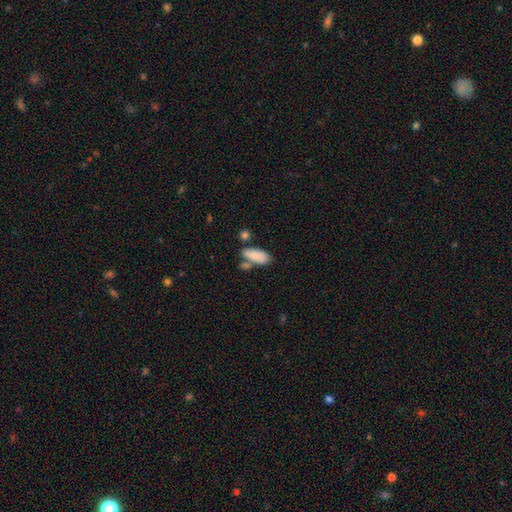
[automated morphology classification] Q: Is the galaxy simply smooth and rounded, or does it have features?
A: smooth — 83%.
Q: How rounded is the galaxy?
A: in between — 86%.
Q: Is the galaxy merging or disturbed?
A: none — 51%.